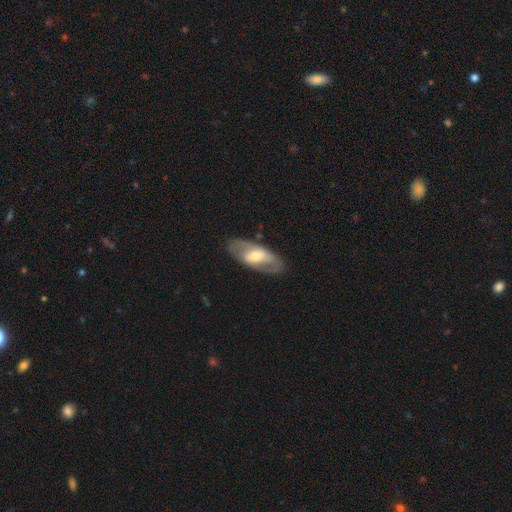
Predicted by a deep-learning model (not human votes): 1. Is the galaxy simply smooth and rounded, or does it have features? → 66% featured or disk, 29% smooth, 5% star or artifact.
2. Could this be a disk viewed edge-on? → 87% no, 13% yes.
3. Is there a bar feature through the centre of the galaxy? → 36% weak, 35% strong, 29% no.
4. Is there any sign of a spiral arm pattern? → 55% yes, 45% no.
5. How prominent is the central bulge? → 57% moderate, 29% small, 11% large, 2% none, 1% dominant.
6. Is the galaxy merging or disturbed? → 81% none, 12% minor disturbance, 6% major disturbance, 1% merger.